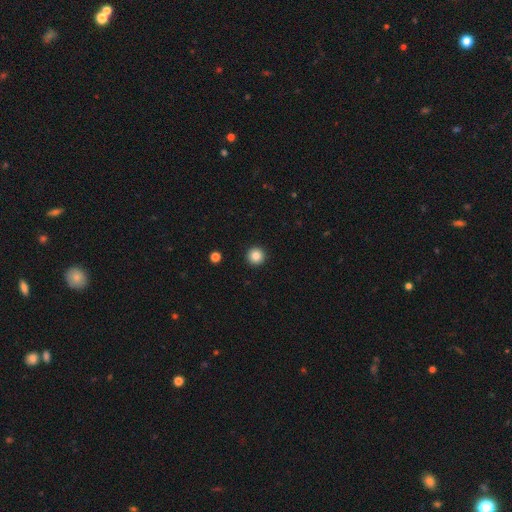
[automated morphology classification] Smooth or featured? Predicted: smooth (p=0.85). How rounded? Predicted: round (p=0.96). Merging? Predicted: none (p=0.94).